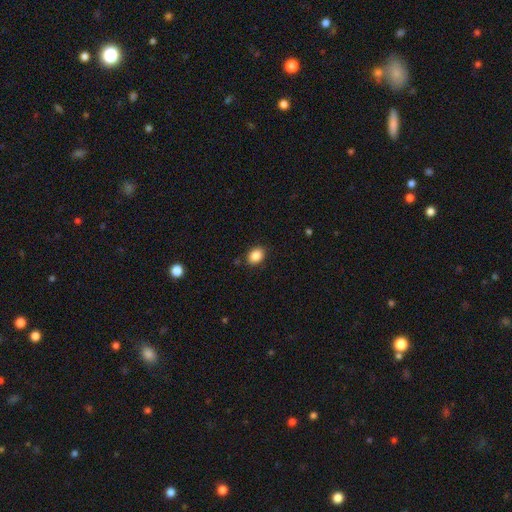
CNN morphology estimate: This is clearly a smooth galaxy (87%). How rounded: likely in between (63%). Merging: clearly none (87%).